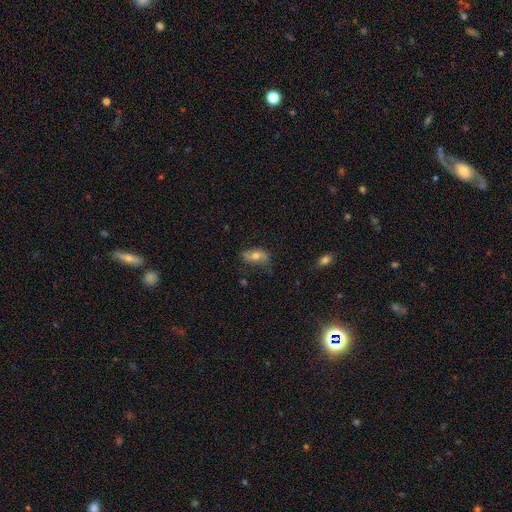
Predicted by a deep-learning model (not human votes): smooth 51%, featured or disk 40%, star or artifact 9%. Down the decision tree: how rounded — in between (82%); merging — none (68%).